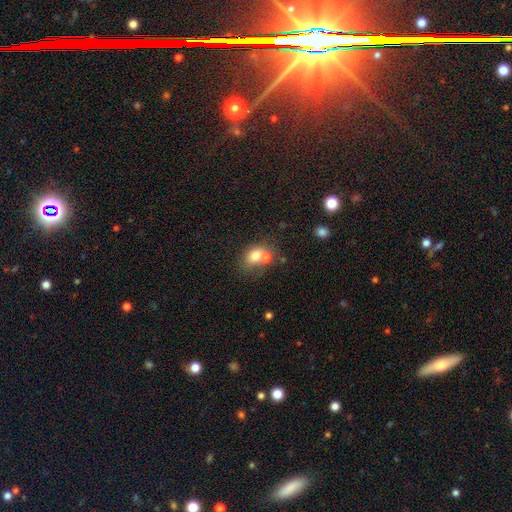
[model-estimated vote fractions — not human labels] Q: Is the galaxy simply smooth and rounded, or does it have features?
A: smooth — 71%.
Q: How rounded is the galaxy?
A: in between — 54%.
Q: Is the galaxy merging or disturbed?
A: merger — 53%.